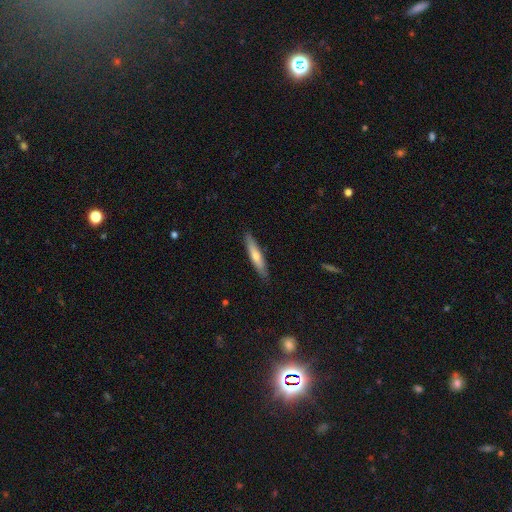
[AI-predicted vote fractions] Smooth or featured: smooth — 52% (featured or disk — 42%)
How rounded: cigar-shaped — 89% (in between — 9%)
Merging: none — 88% (minor disturbance — 9%)